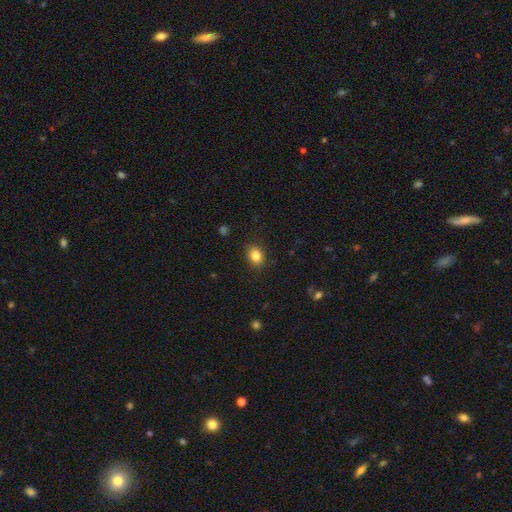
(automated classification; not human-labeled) Smooth or featured?
  - smooth: 85% *
  - star or artifact: 10%
  - featured or disk: 5%
How rounded?
  - in between: 57% *
  - round: 42%
  - cigar-shaped: 1%
Merging?
  - none: 87% *
  - minor disturbance: 9%
  - major disturbance: 3%
  - merger: 1%